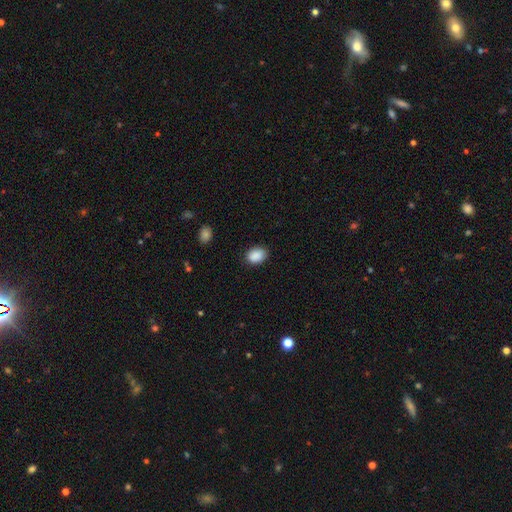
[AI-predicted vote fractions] smooth 89%, star or artifact 8%, featured or disk 3%. Down the decision tree: how rounded — in between (74%); merging — none (84%).